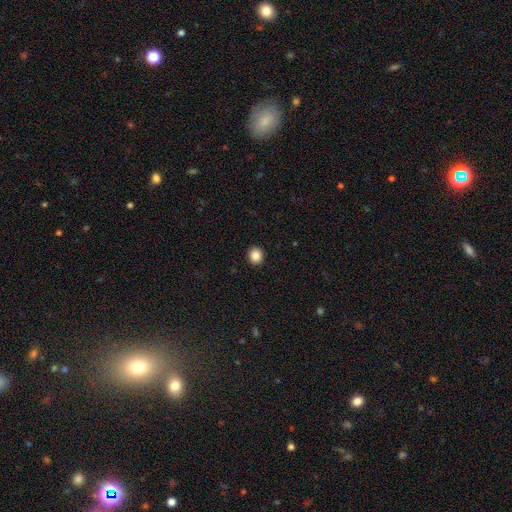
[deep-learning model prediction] This is clearly a smooth galaxy (86%). How rounded: clearly round (89%). Merging: clearly none (93%).